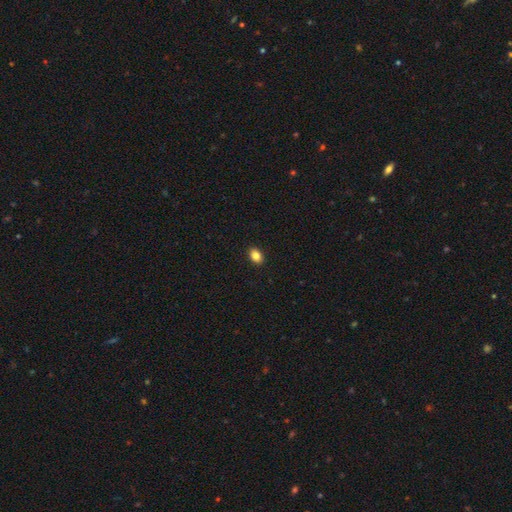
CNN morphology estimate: smooth_or_featured: smooth (p=0.85) [alt: star or artifact p=0.09]
how_rounded: in between (p=0.77) [alt: round p=0.21]
merging: none (p=0.91) [alt: minor disturbance p=0.06]